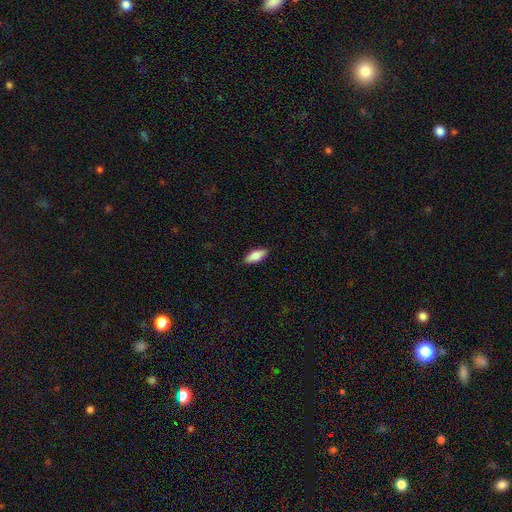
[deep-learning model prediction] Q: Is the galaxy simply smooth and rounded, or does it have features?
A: smooth — 78%.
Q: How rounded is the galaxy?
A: in between — 77%.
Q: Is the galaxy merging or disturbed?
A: none — 88%.